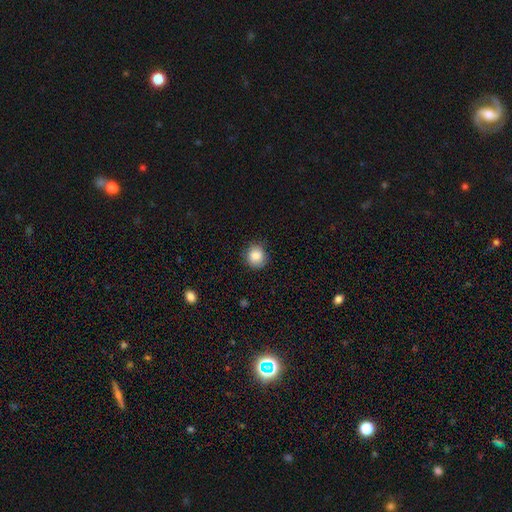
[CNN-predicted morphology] Q: Smooth or featured?
A: smooth (86%); runner-up: star or artifact (9%)
Q: How rounded?
A: round (88%); runner-up: in between (11%)
Q: Merging?
A: none (82%); runner-up: minor disturbance (14%)